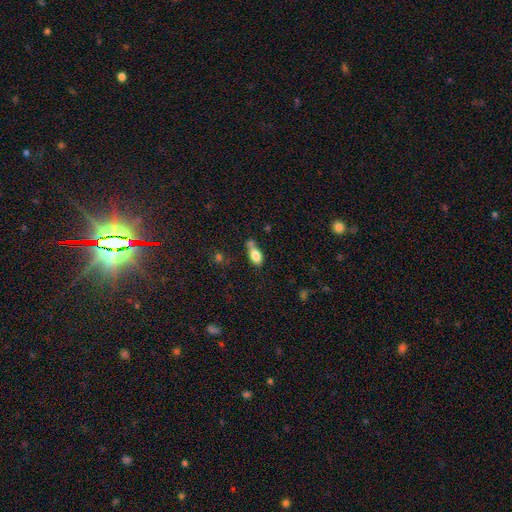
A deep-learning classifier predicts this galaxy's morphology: The model was most divided on "merging": none: 40%, minor disturbance: 25%, merger: 25%, major disturbance: 10%. More confident: how rounded — in between (84%); smooth or featured — smooth (80%).